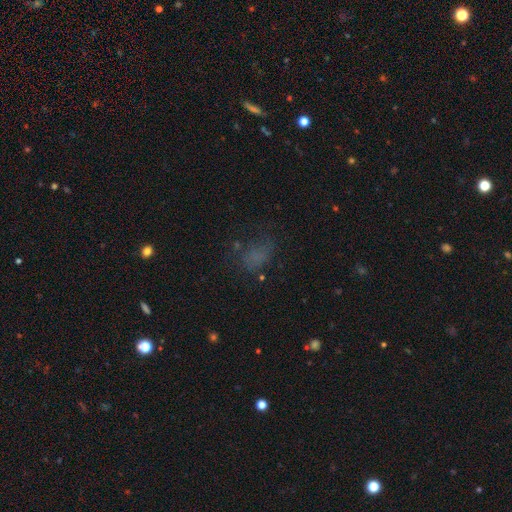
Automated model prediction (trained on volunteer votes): smooth-or-featured: smooth: 59% | star or artifact: 26% | featured or disk: 15%
  how-rounded: in between: 73% | round: 25% | cigar-shaped: 3%
  merging: none: 51% | major disturbance: 24% | minor disturbance: 21% | merger: 3%